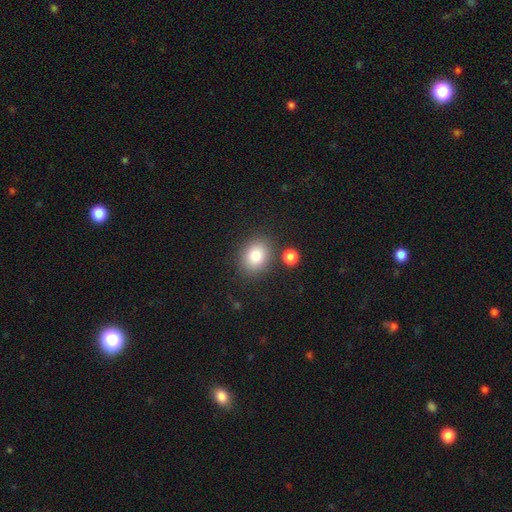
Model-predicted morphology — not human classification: smooth_or_featured: smooth (p=0.82) [alt: star or artifact p=0.10]
how_rounded: in between (p=0.52) [alt: round p=0.47]
merging: none (p=0.80) [alt: minor disturbance p=0.10]